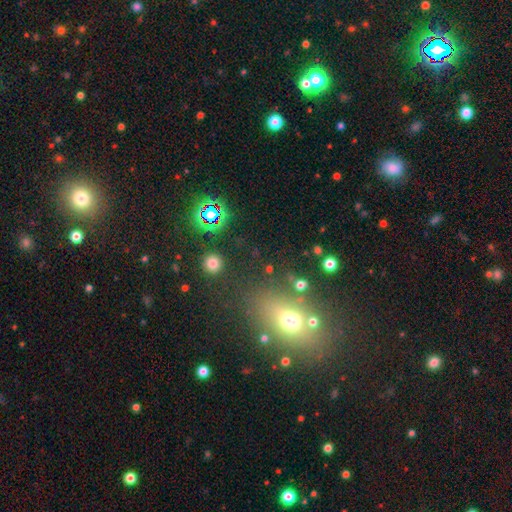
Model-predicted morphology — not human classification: This appears to be a smooth galaxy with no disk features (49%). Merging: none (74%).